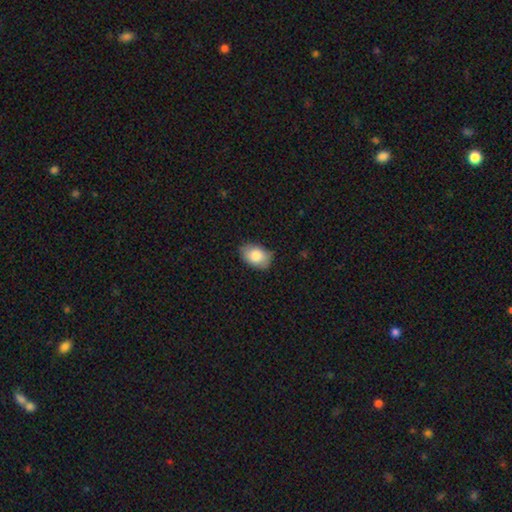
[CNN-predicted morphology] Smooth or featured: smooth — 82% (featured or disk — 11%)
How rounded: in between — 85% (round — 14%)
Merging: none — 74% (minor disturbance — 21%)